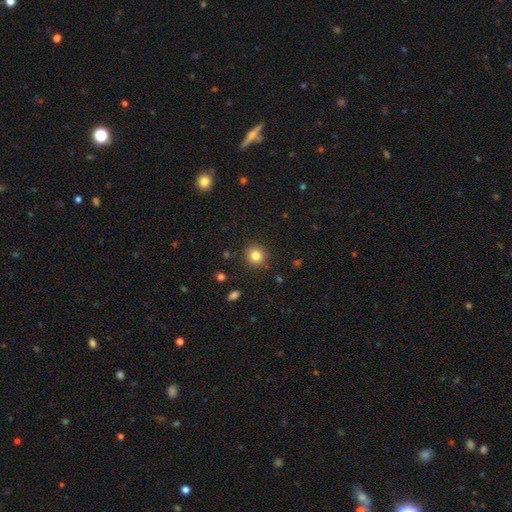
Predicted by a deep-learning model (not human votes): Smooth or featured: smooth — 82% (star or artifact — 12%)
How rounded: round — 90% (in between — 9%)
Merging: none — 90% (minor disturbance — 7%)